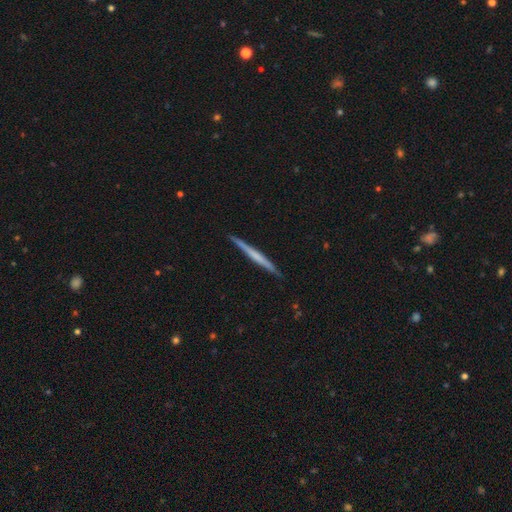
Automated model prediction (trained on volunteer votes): Smooth or featured? featured or disk (54%)
Edge-on disk? yes (98%)
Edge-on bulge? none (78%)
Merging? none (91%)